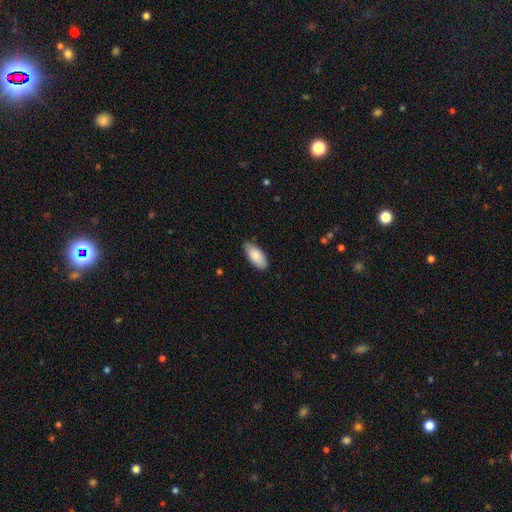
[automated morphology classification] This appears to be a smooth galaxy with no disk features (86%) that is in between round and cigar-shaped (88%). Merging: none (85%).